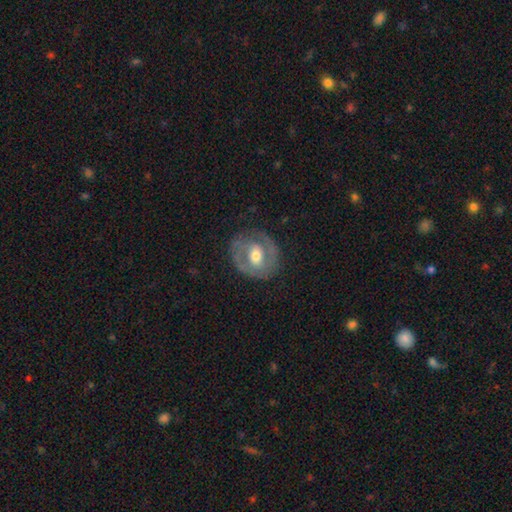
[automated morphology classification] Q: Smooth or featured?
A: featured or disk (74%); runner-up: smooth (21%)
Q: Edge-on disk?
A: no (96%); runner-up: yes (4%)
Q: Bar?
A: weak (43%); runner-up: no (36%)
Q: Spiral arms?
A: yes (69%); runner-up: no (31%)
Q: Bulge size?
A: moderate (74%); runner-up: small (13%)
Q: Merging?
A: none (79%); runner-up: minor disturbance (14%)